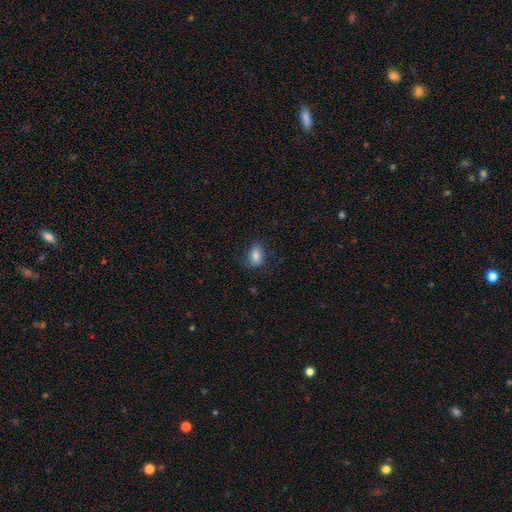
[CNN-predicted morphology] Overall: smooth (84%). How rounded: in between (84%). Merging: none (76%).